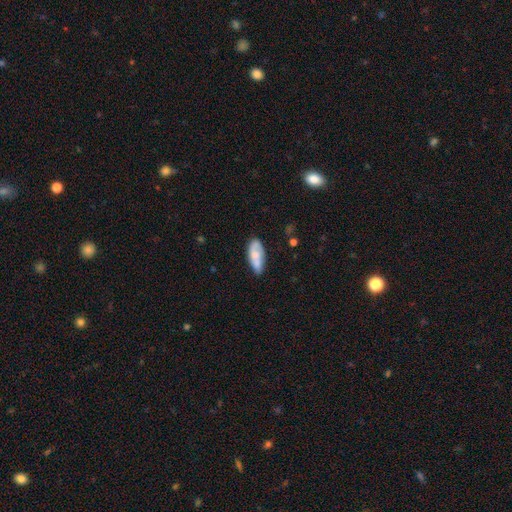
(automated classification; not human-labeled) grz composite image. It shows a smooth galaxy with no disk features (65%) that is in between round and cigar-shaped (81%). Merging: none (64%).